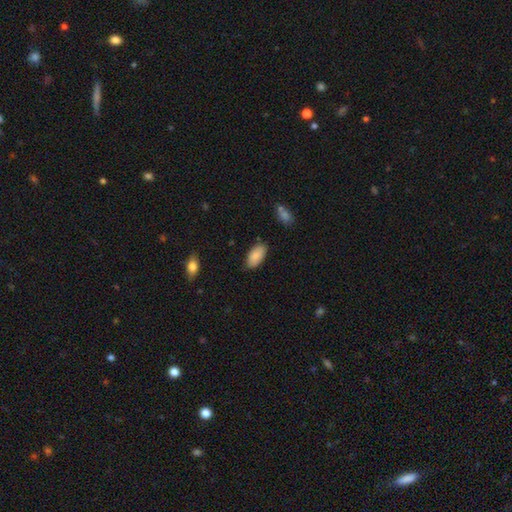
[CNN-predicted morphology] smooth 88%, star or artifact 6%, featured or disk 6%. Down the decision tree: how rounded — in between (94%); merging — none (81%).